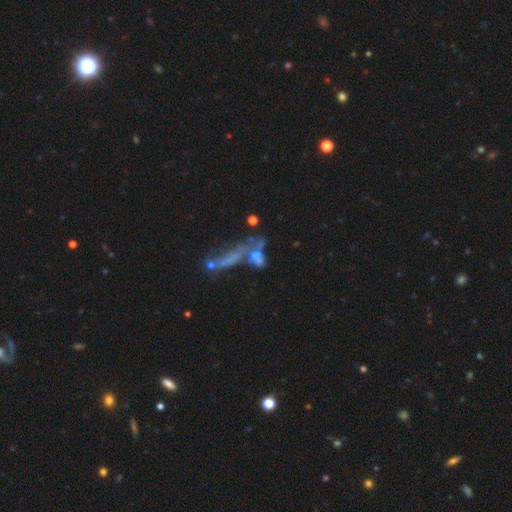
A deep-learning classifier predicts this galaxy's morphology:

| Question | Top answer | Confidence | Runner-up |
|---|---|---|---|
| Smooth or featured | smooth | 42% | featured or disk (39%) |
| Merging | merger | 45% | major disturbance (23%) |